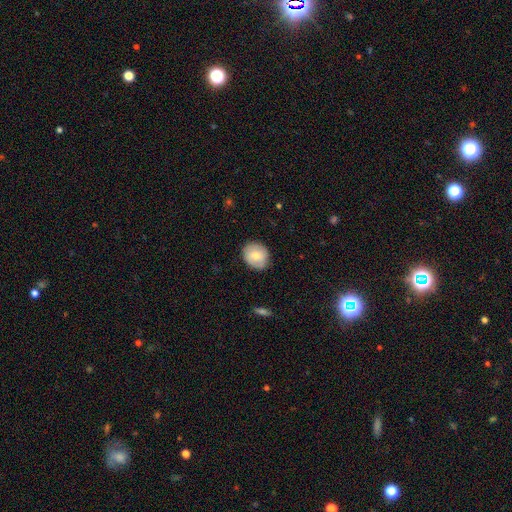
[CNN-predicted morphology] A smooth galaxy with no disk features (72%) that is round (71%). Merging: none (84%).